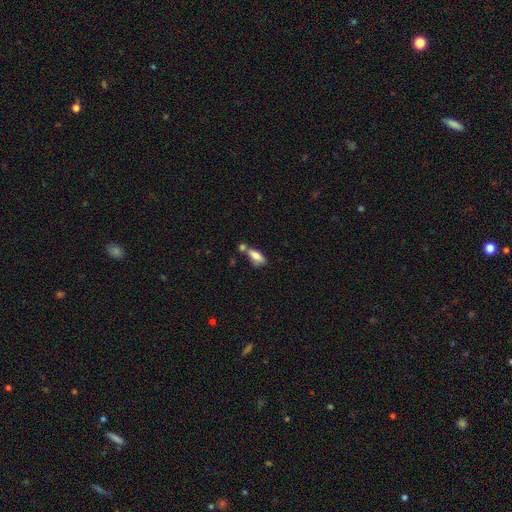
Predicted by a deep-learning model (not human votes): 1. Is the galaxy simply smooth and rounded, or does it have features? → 79% smooth, 14% featured or disk, 8% star or artifact.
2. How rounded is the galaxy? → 79% in between, 18% cigar-shaped, 3% round.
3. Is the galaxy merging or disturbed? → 41% none, 34% merger, 18% minor disturbance, 7% major disturbance.